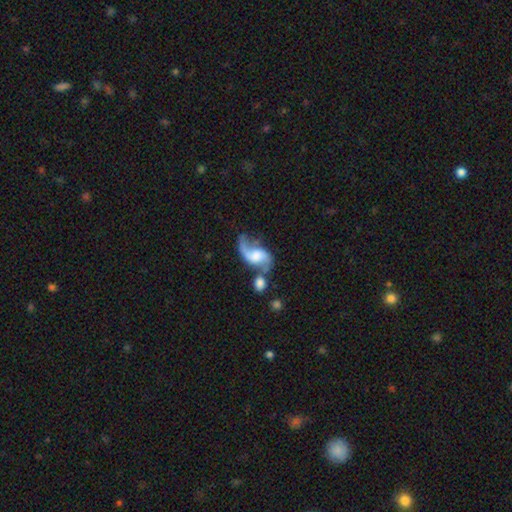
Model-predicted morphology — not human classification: Overall: featured or disk (81%). Edge-on disk: no (97%). Bar: no (49%; weak 39%). Spiral arms: yes (94%). Spiral arm count: 2 (84%). Spiral winding: loose (73%). Bulge size: moderate (32%; small 22%). Merging: none (35%; merger 31%).